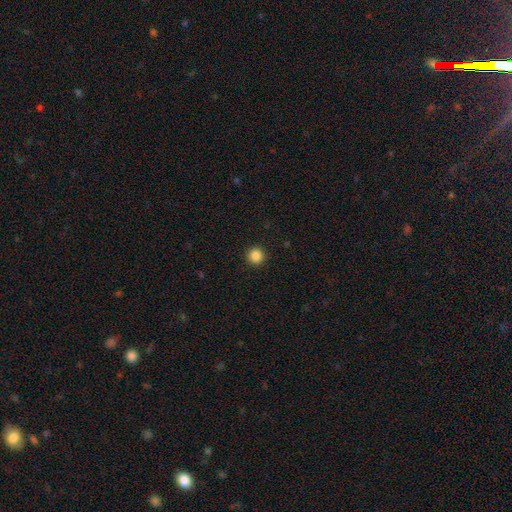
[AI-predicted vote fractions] A smooth galaxy with no disk features (86%) that is round (95%). Merging: none (93%).